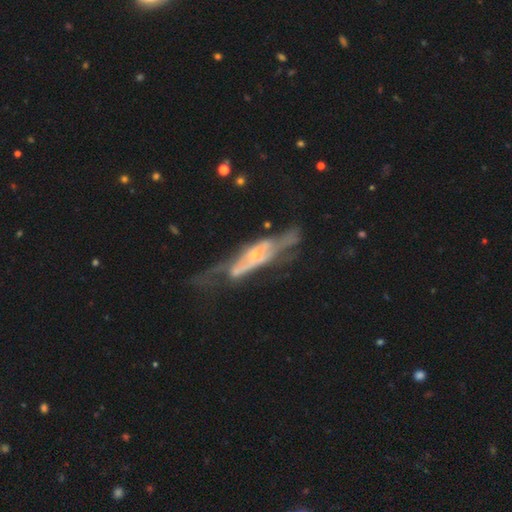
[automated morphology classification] A featured or disk galaxy (74%).

Vote fractions:
- Smooth or featured? featured or disk: 74% / smooth: 18% / star or artifact: 8%
- Edge-on disk? no: 52% / yes: 48%
- Merging? none: 37% / major disturbance: 32% / minor disturbance: 23% / merger: 7%